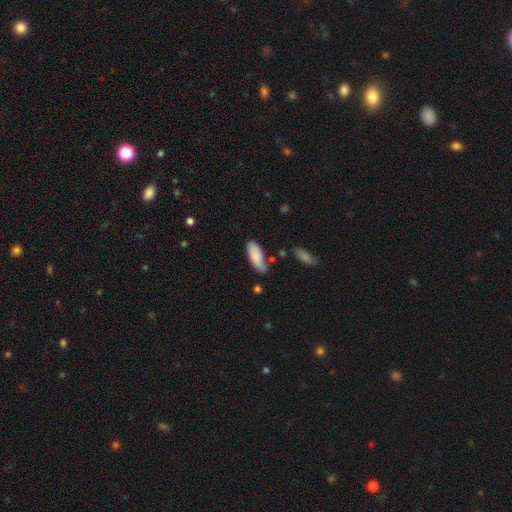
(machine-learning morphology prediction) smooth-or-featured: smooth: 85% | featured or disk: 9% | star or artifact: 6%
  how-rounded: in between: 73% | cigar-shaped: 25% | round: 2%
  merging: none: 68% | minor disturbance: 22% | merger: 5% | major disturbance: 5%